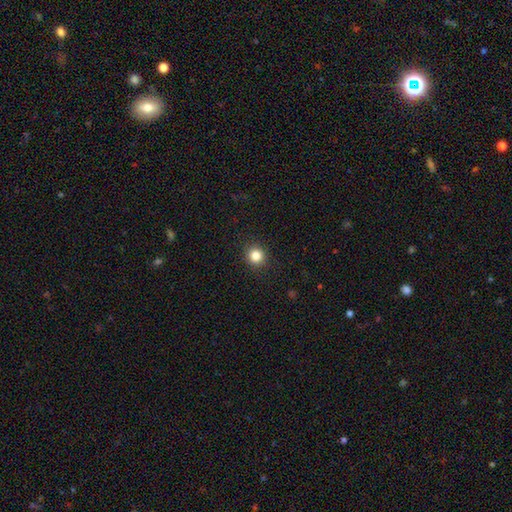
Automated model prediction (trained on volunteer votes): Overall: smooth (84%). How rounded: round (92%). Merging: none (92%).